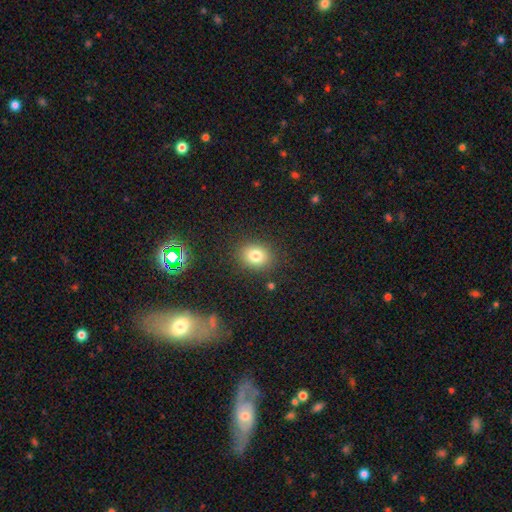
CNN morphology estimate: smooth_or_featured: smooth (p=0.76) [alt: star or artifact p=0.15]
how_rounded: round (p=0.52) [alt: in between p=0.47]
merging: none (p=0.86) [alt: minor disturbance p=0.09]